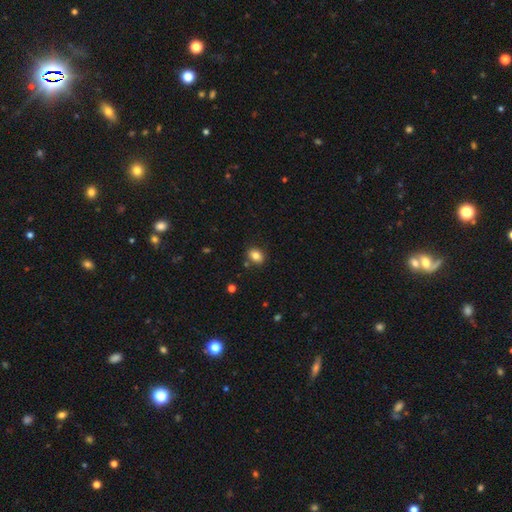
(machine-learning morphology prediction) Smooth or featured? Predicted: smooth (p=0.83). How rounded? Predicted: in between (p=0.57). Merging? Predicted: none (p=0.82).